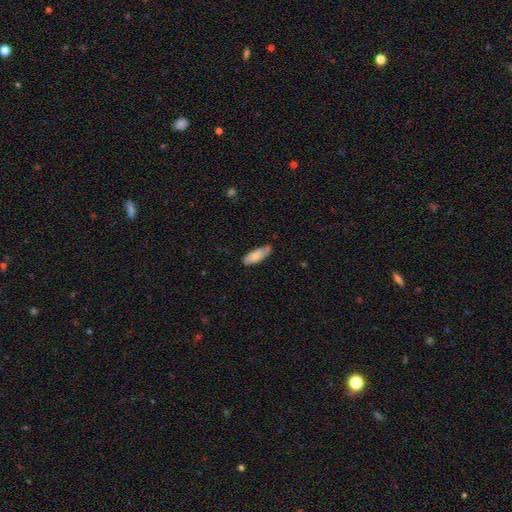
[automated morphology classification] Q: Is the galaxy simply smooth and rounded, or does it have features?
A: smooth — 74%.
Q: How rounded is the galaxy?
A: in between — 71%.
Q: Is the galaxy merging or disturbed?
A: none — 74%.